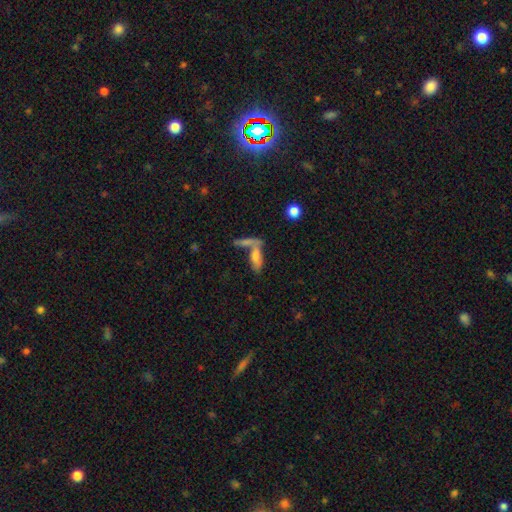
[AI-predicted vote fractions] smooth-or-featured: smooth: 60% | featured or disk: 29% | star or artifact: 11%
  how-rounded: cigar-shaped: 49% | in between: 47% | round: 4%
  merging: none: 42% | merger: 40% | minor disturbance: 11% | major disturbance: 7%